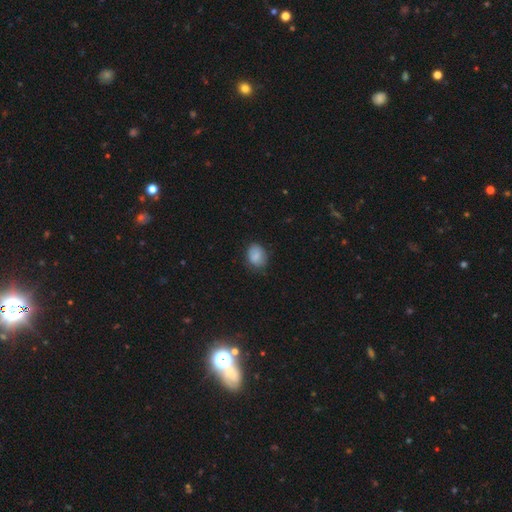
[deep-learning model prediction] This appears to be a smooth galaxy with no disk features (84%) that is in between round and cigar-shaped (53%). Merging: none (72%).